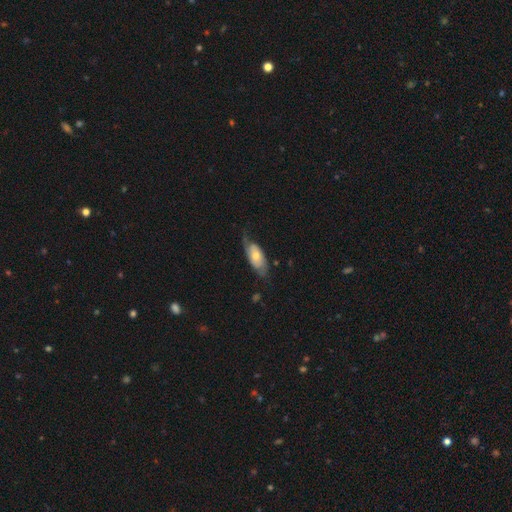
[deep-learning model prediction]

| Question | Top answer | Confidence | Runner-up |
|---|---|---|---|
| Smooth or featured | featured or disk | 54% | smooth (40%) |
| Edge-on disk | no | 86% | yes (14%) |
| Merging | none | 55% | minor disturbance (28%) |